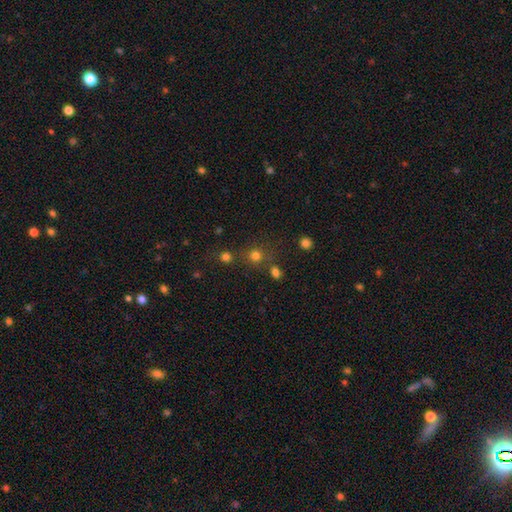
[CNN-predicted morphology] smooth-or-featured: smooth: 74% | star or artifact: 20% | featured or disk: 7%
  how-rounded: round: 89% | in between: 10% | cigar-shaped: 1%
  merging: none: 71% | merger: 16% | minor disturbance: 9% | major disturbance: 4%